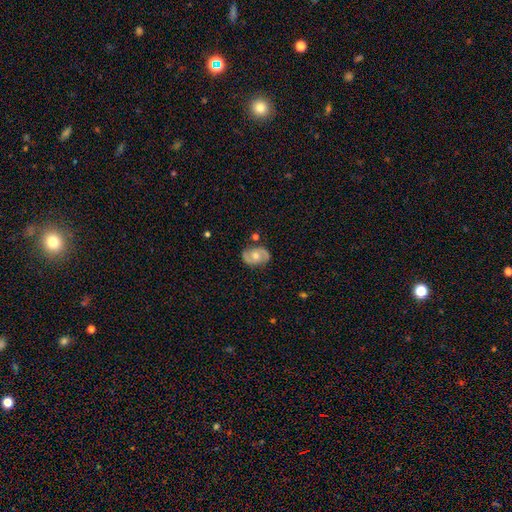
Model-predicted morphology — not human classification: The model was most divided on "spiral winding": medium: 45%, tight: 37%, loose: 18%. More confident: edge-on disk — no (96%); spiral arm count — 2 (86%); merging — none (80%); spiral arms — yes (80%); bulge size — moderate (72%); bar — no (70%); smooth or featured — featured or disk (69%).